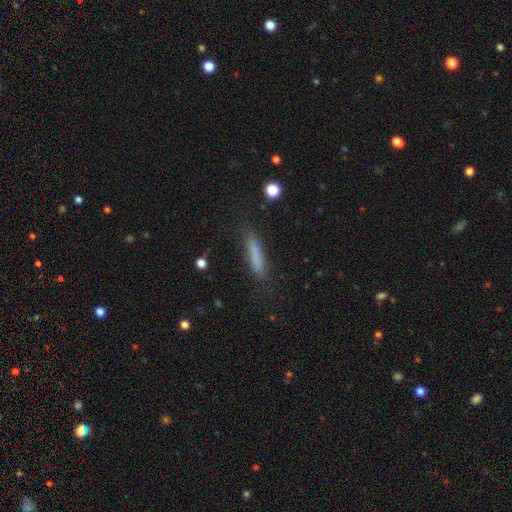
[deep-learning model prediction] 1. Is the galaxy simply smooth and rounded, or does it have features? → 74% smooth, 16% featured or disk, 10% star or artifact.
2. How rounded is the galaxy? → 87% cigar-shaped, 12% in between, 2% round.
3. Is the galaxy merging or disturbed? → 75% none, 17% minor disturbance, 6% major disturbance, 2% merger.